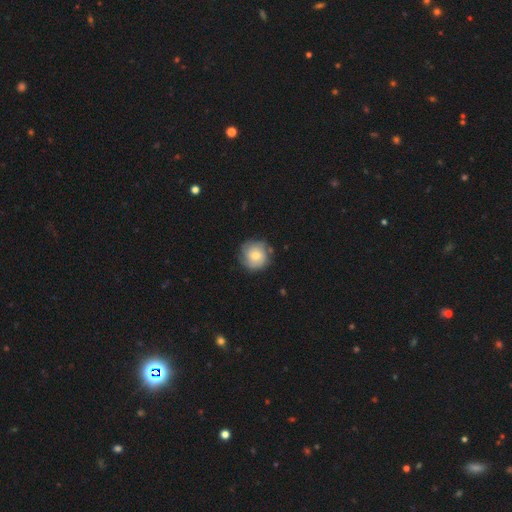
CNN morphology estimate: A smooth galaxy with no disk features (52%) that is round (92%).

Vote fractions:
- Smooth or featured? smooth: 52% / featured or disk: 41% / star or artifact: 7%
- How rounded? round: 92% / in between: 7% / cigar-shaped: 1%
- Merging? none: 76% / minor disturbance: 17% / major disturbance: 5% / merger: 2%